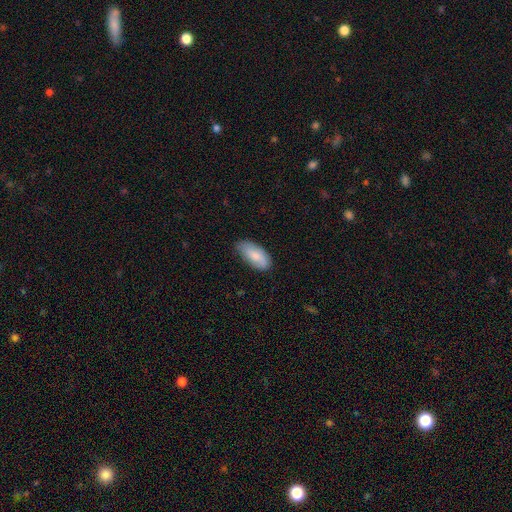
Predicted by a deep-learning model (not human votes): A smooth galaxy with no disk features (83%) that is in between round and cigar-shaped (91%).

Vote fractions:
- Smooth or featured? smooth: 83% / featured or disk: 12% / star or artifact: 6%
- How rounded? in between: 91% / cigar-shaped: 7% / round: 2%
- Merging? none: 72% / minor disturbance: 23% / major disturbance: 4% / merger: 1%